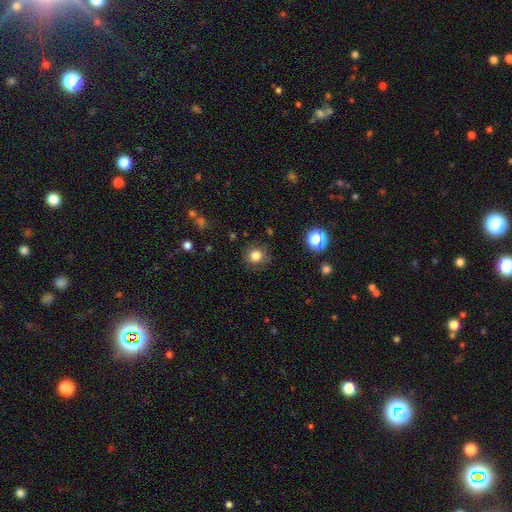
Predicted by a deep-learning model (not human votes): Smooth or featured? smooth (81%)
How rounded? round (90%)
Merging? none (86%)